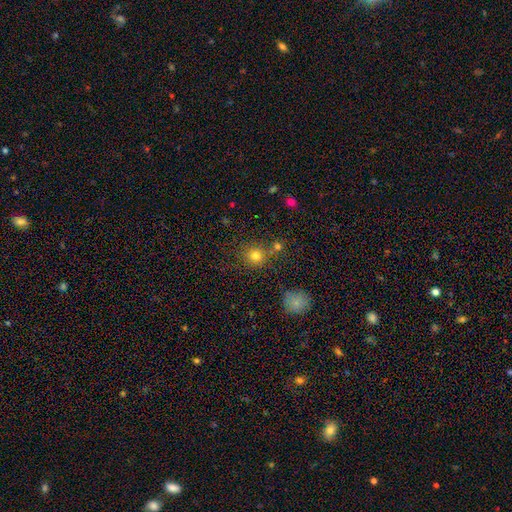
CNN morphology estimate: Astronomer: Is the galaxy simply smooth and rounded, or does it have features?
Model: smooth — 77%.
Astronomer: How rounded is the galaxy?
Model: round — 90%.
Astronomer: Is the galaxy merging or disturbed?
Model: none — 74%.